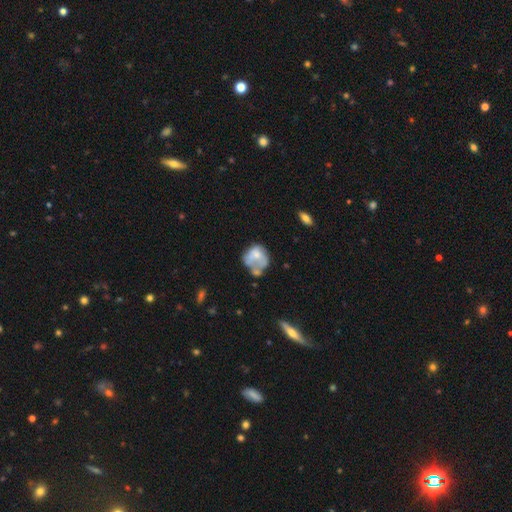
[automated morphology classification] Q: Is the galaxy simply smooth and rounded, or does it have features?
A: smooth — 51%.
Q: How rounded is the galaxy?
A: round — 62%.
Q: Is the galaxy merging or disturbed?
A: none — 32%.